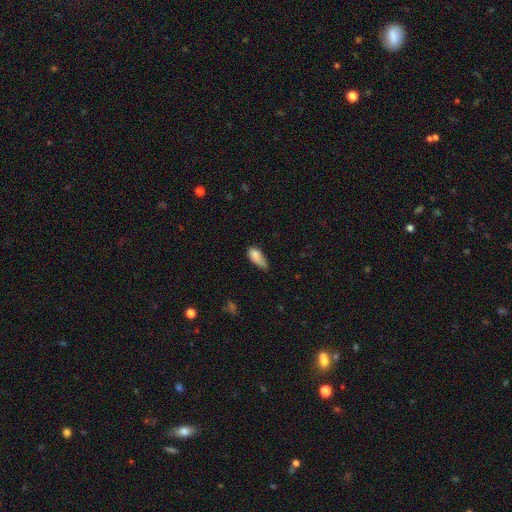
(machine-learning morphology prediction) A smooth galaxy with no disk features (81%) that is in between round and cigar-shaped (82%). Merging: minor disturbance (45%).